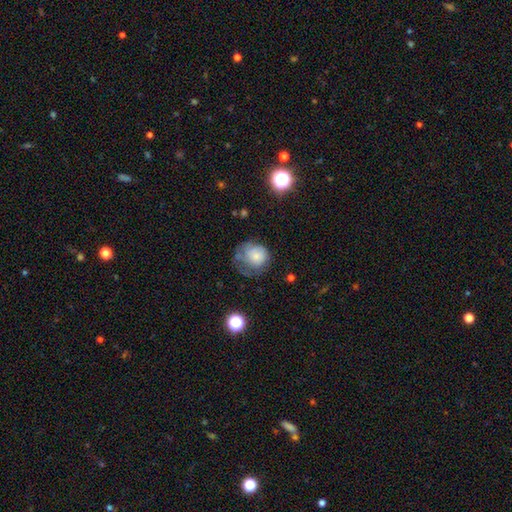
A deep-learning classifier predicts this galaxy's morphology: Smooth or featured? Predicted: smooth (p=0.67). How rounded? Predicted: round (p=0.78). Merging? Predicted: none (p=0.35).